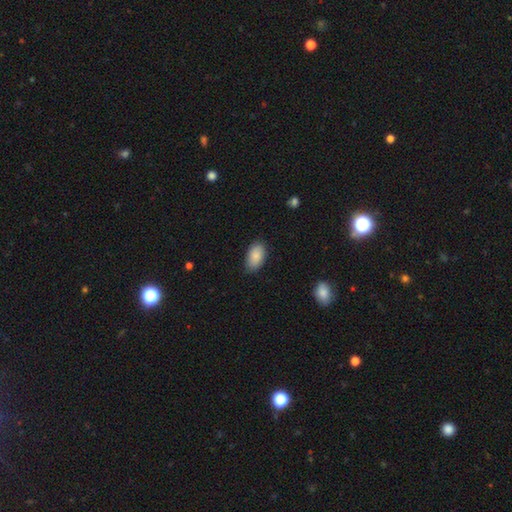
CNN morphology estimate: A smooth galaxy with no disk features (88%) that is in between round and cigar-shaped (94%).

Vote fractions:
- Smooth or featured? smooth: 88% / star or artifact: 6% / featured or disk: 6%
- How rounded? in between: 94% / round: 4% / cigar-shaped: 2%
- Merging? none: 85% / minor disturbance: 12% / major disturbance: 2% / merger: 1%